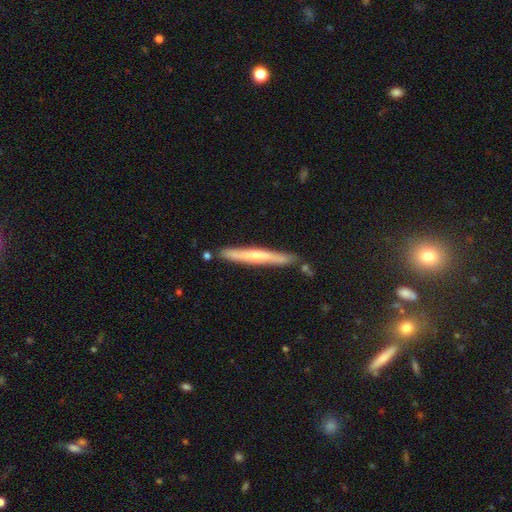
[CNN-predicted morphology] Smooth or featured: featured or disk — 48% (smooth — 46%)
Merging: none — 81% (minor disturbance — 12%)